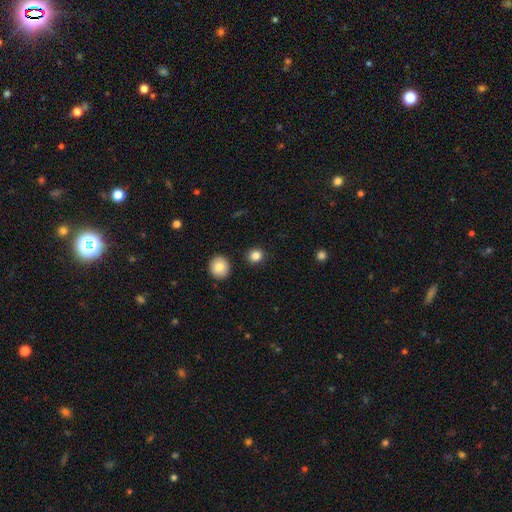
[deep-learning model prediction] Morphology: type=smooth (85%); roundness=round (88%); merging=none (90%).